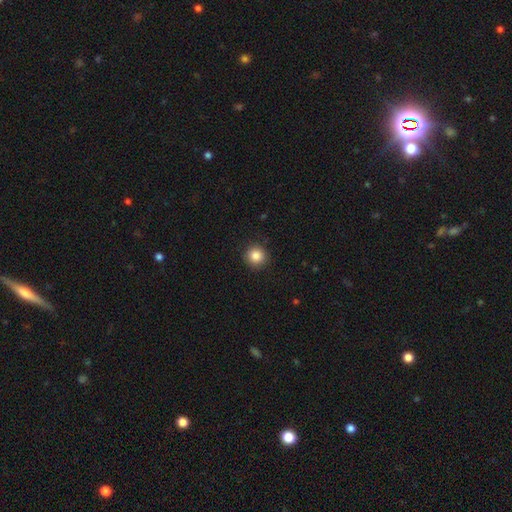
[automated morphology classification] Smooth or featured? Predicted: smooth (p=0.86). How rounded? Predicted: round (p=0.93). Merging? Predicted: none (p=0.91).